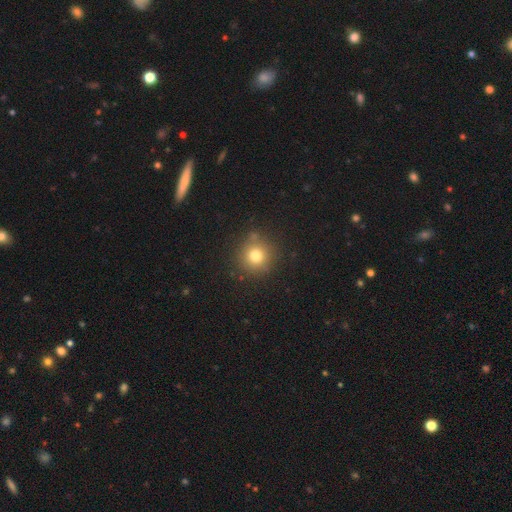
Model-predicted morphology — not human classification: This is likely a smooth galaxy (77%). How rounded: clearly round (94%). Merging: clearly none (85%).